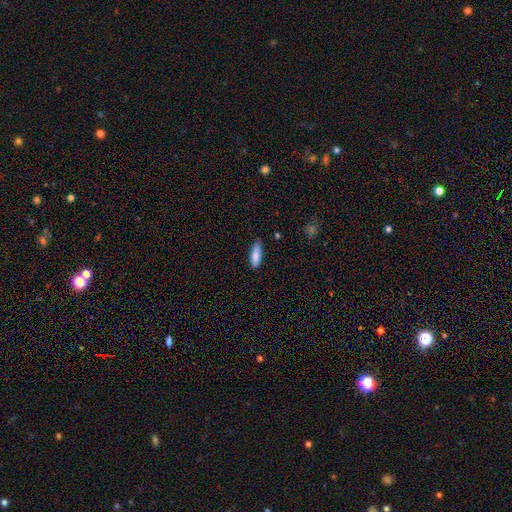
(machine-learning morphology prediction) This appears to be a smooth galaxy with no disk features (85%) that is in between round and cigar-shaped (51%). Merging: none (83%).